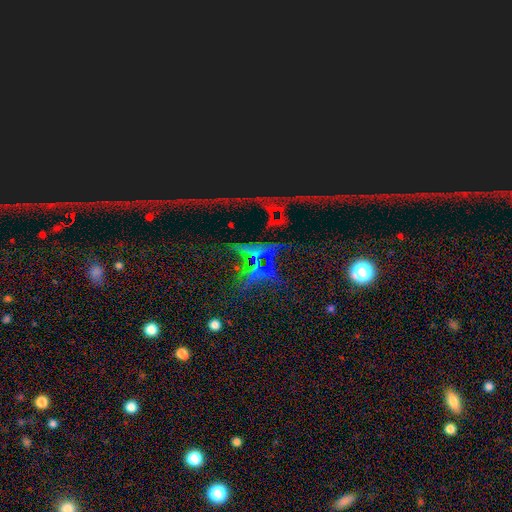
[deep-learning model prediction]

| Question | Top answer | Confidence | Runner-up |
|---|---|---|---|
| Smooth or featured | star or artifact | 74% | smooth (13%) |